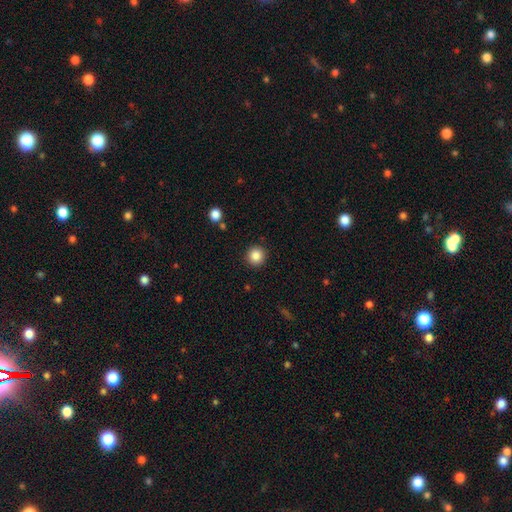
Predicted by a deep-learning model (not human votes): Smooth or featured?
  - smooth: 86% *
  - star or artifact: 10%
  - featured or disk: 4%
How rounded?
  - round: 95% *
  - in between: 4%
  - cigar-shaped: 1%
Merging?
  - none: 91% *
  - minor disturbance: 5%
  - major disturbance: 2%
  - merger: 1%